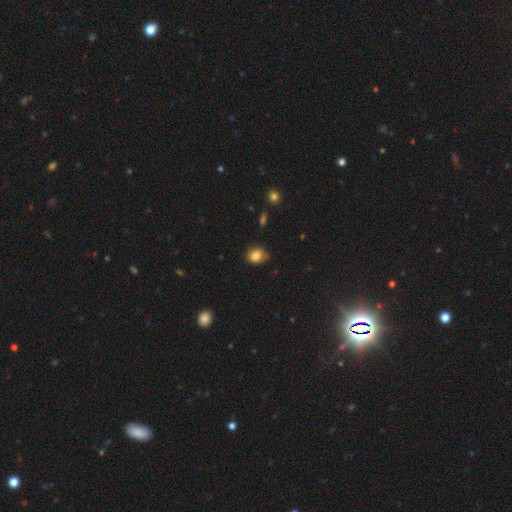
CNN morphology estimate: smooth_or_featured: smooth (p=0.81) [alt: star or artifact p=0.10]
how_rounded: round (p=0.51) [alt: in between p=0.48]
merging: none (p=0.57) [alt: minor disturbance p=0.32]